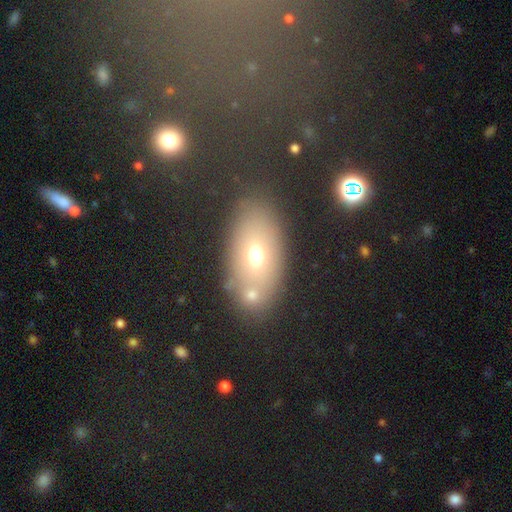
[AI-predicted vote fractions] smooth 63%, featured or disk 22%, star or artifact 14%. Down the decision tree: how rounded — in between (83%); merging — none (65%).